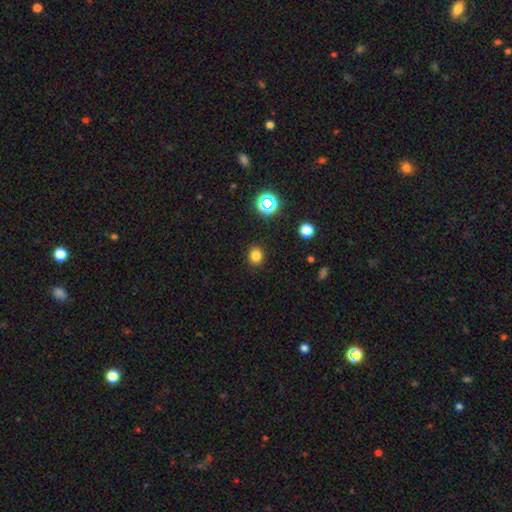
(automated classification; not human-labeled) smooth 79%, star or artifact 16%, featured or disk 5%. Down the decision tree: how rounded — round (69%); merging — none (89%).